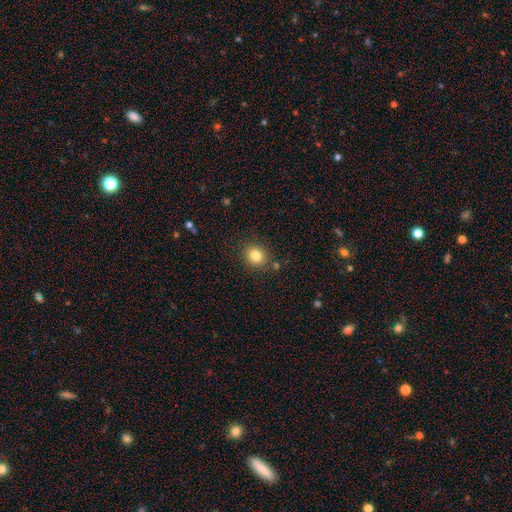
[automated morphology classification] This appears to be a smooth galaxy with no disk features (83%) that is round (72%). Merging: none (85%).